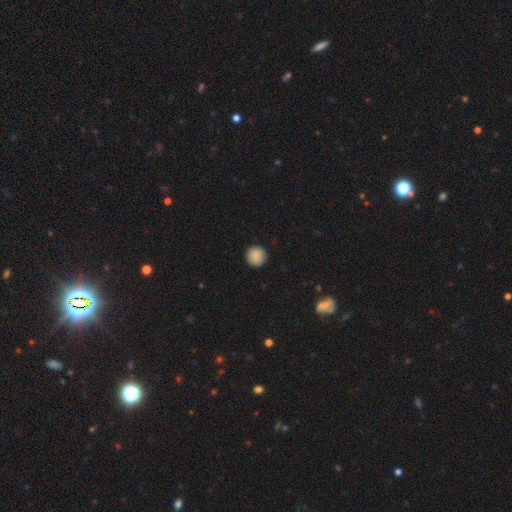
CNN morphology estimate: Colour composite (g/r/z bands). It shows a smooth galaxy with no disk features (89%) that is round (96%). Merging: none (92%).